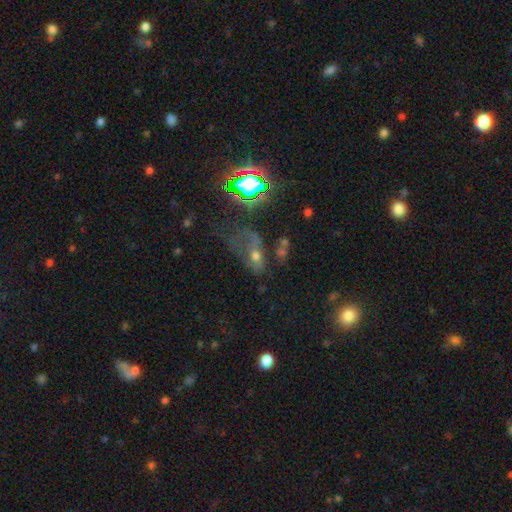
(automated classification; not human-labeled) Smooth or featured? smooth (42%)
Merging? major disturbance (41%)